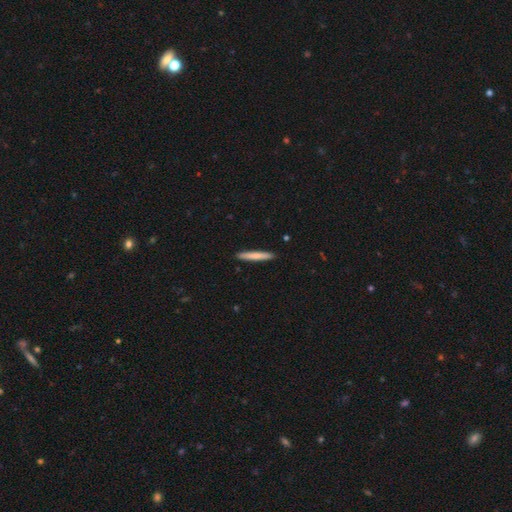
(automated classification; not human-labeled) This appears to be a smooth galaxy with no disk features (73%) that is cigar-shaped (95%). Merging: none (92%).